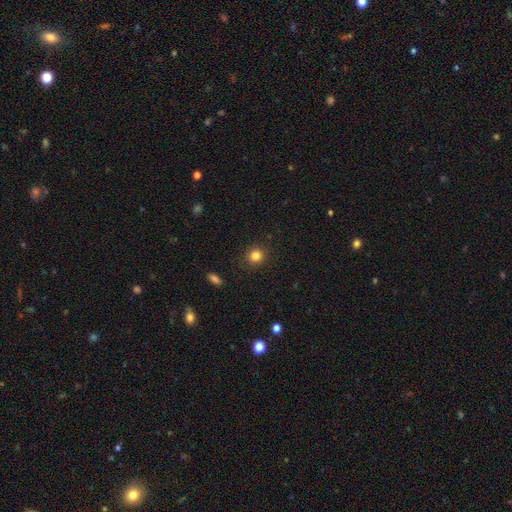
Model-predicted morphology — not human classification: A smooth galaxy with no disk features (83%) that is round (88%).

Vote fractions:
- Smooth or featured? smooth: 83% / star or artifact: 12% / featured or disk: 5%
- How rounded? round: 88% / in between: 11% / cigar-shaped: 1%
- Merging? none: 90% / minor disturbance: 7% / major disturbance: 2% / merger: 1%